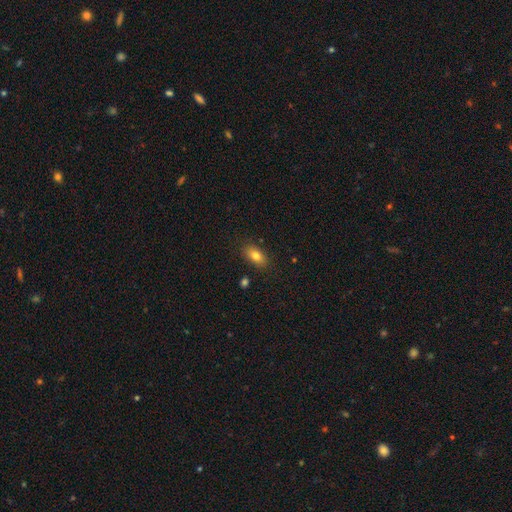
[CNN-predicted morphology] type=smooth (80%); roundness=in between (89%); merging=none (85%).